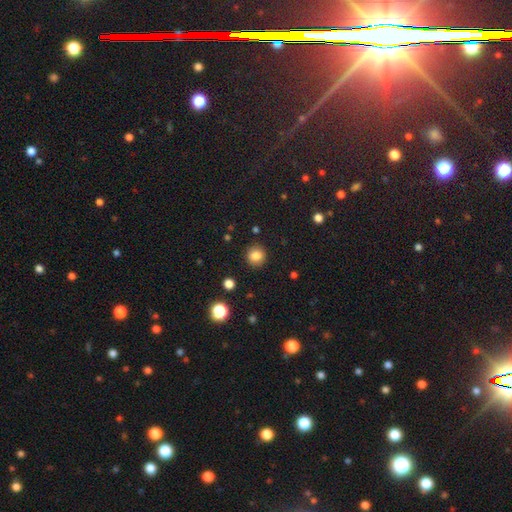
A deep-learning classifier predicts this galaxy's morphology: Smooth or featured? smooth (83%)
How rounded? round (89%)
Merging? none (90%)